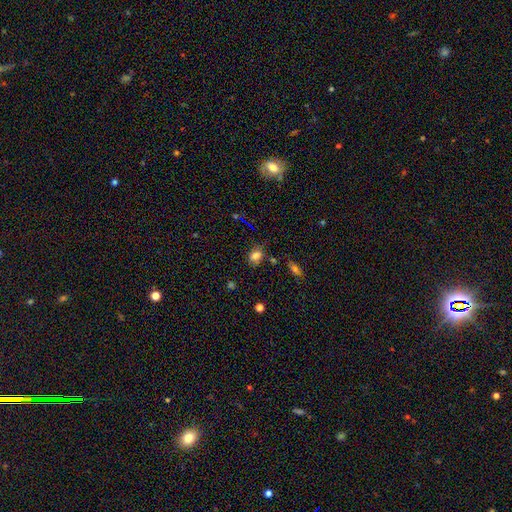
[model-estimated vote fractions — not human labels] A smooth galaxy with no disk features (74%) that is in between round and cigar-shaped (62%).

Vote fractions:
- Smooth or featured? smooth: 74% / star or artifact: 17% / featured or disk: 9%
- How rounded? in between: 62% / round: 36% / cigar-shaped: 2%
- Merging? none: 69% / minor disturbance: 20% / major disturbance: 6% / merger: 5%